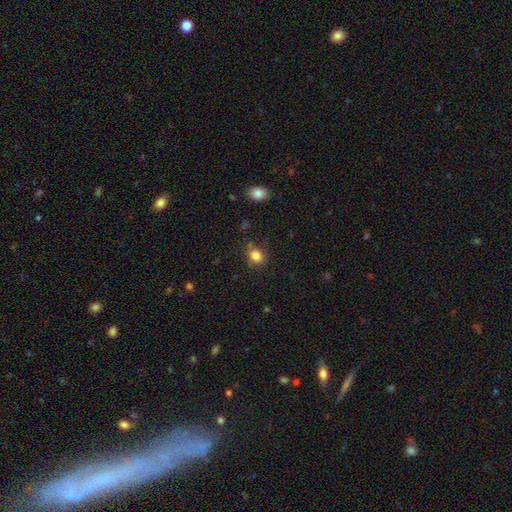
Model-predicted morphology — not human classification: Smooth or featured? smooth (83%)
How rounded? round (73%)
Merging? none (77%)